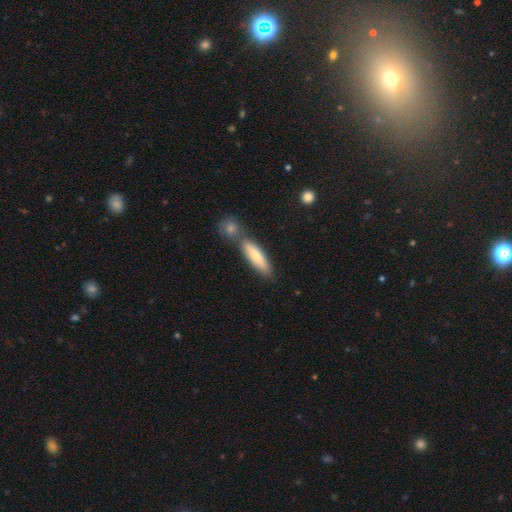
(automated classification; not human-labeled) This appears to be a smooth galaxy with no disk features (73%) that is cigar-shaped (60%). Merging: none (59%).